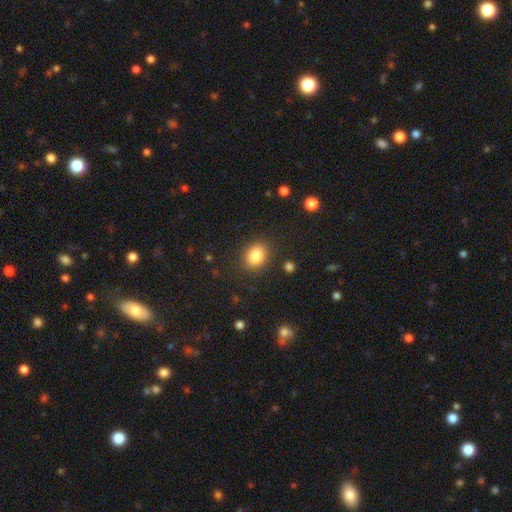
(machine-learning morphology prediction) Smooth or featured?
  - smooth: 85% *
  - star or artifact: 9%
  - featured or disk: 6%
How rounded?
  - in between: 50% *
  - round: 49%
  - cigar-shaped: 1%
Merging?
  - none: 85% *
  - minor disturbance: 10%
  - major disturbance: 3%
  - merger: 2%